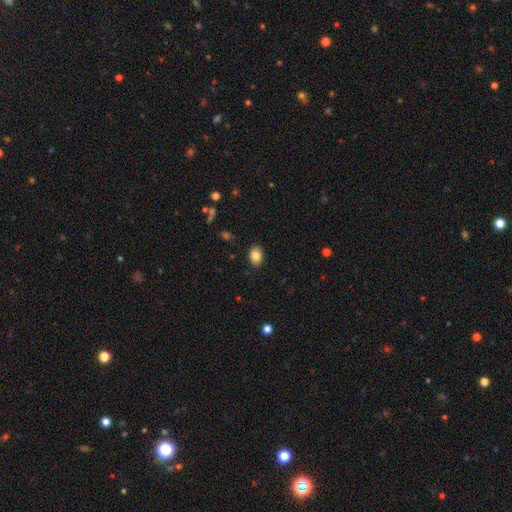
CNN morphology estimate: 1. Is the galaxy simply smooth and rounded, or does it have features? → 84% smooth, 8% star or artifact, 8% featured or disk.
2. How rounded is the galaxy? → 74% in between, 25% round, 1% cigar-shaped.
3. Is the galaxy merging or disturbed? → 88% none, 9% minor disturbance, 2% major disturbance, 1% merger.